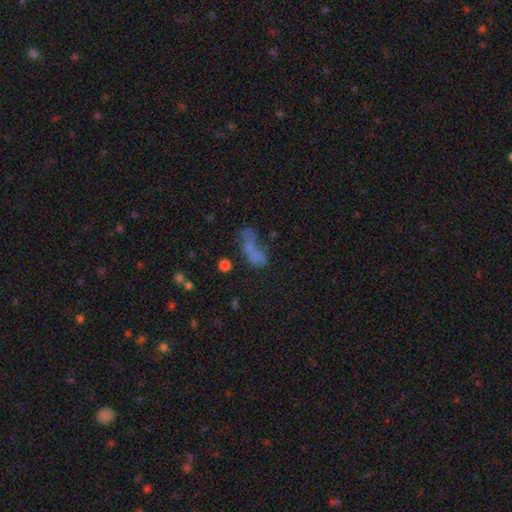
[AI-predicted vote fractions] A smooth galaxy with no disk features (49%). Merging: merger (35%).